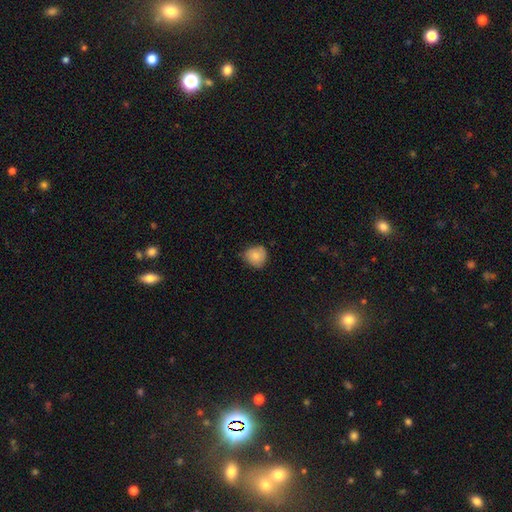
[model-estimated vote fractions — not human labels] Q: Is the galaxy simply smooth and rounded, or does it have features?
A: smooth — 83%.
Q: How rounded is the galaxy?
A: round — 87%.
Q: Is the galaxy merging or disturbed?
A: none — 71%.